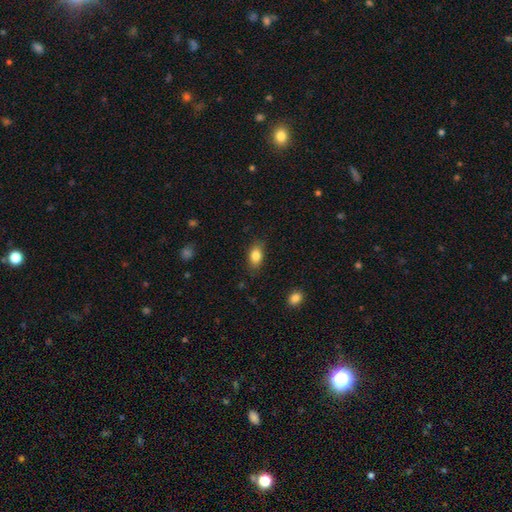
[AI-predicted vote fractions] The model was most divided on "merging": none: 83%, minor disturbance: 13%, major disturbance: 3%, merger: 1%. More confident: how rounded — in between (87%); smooth or featured — smooth (84%).